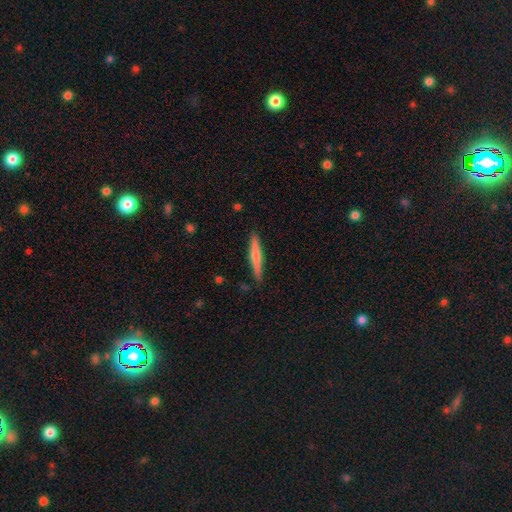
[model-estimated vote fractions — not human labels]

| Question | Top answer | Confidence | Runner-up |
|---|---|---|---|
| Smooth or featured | smooth | 53% | featured or disk (41%) |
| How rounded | cigar-shaped | 94% | in between (5%) |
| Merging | none | 89% | minor disturbance (8%) |